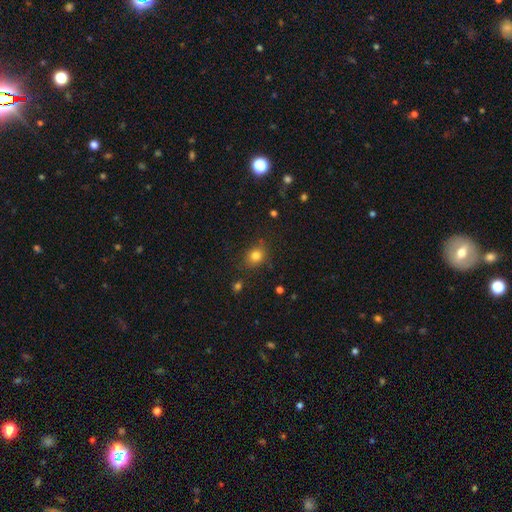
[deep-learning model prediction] This appears to be a smooth galaxy with no disk features (81%) that is round (65%). Merging: none (80%).